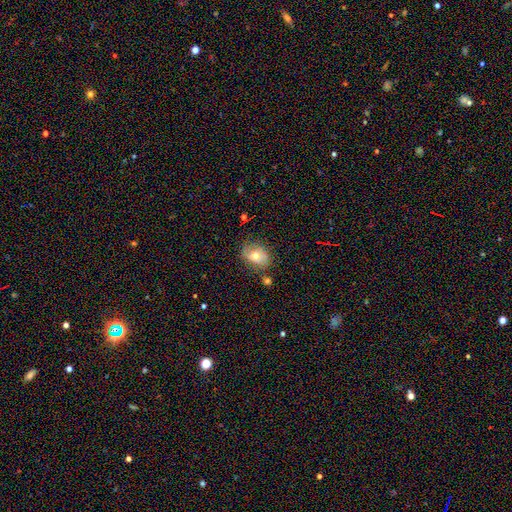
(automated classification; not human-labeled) Smooth or featured? Predicted: smooth (p=0.60). How rounded? Predicted: in between (p=0.59). Merging? Predicted: none (p=0.67).